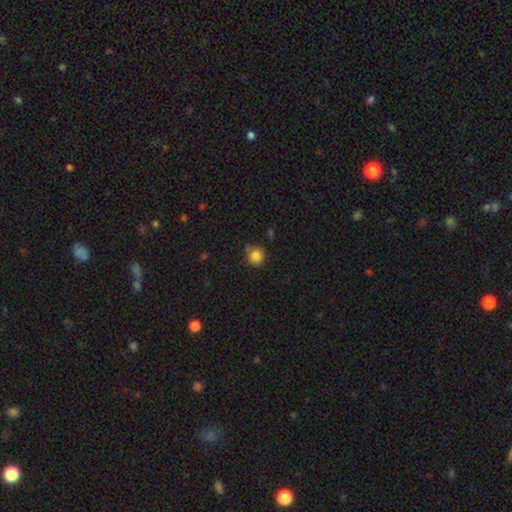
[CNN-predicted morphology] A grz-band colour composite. It shows a smooth galaxy with no disk features (84%) that is round (86%). Merging: none (68%).